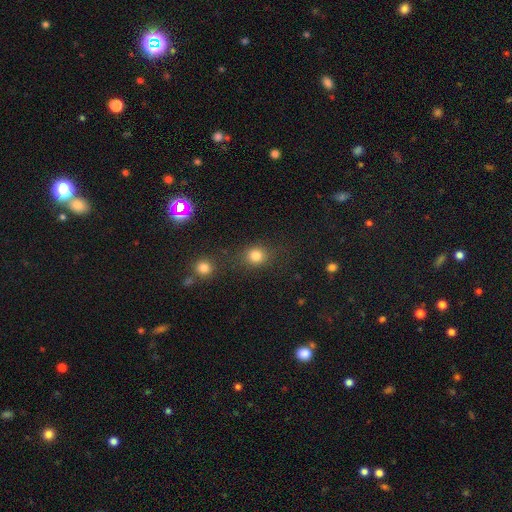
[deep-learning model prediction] Smooth or featured? smooth (82%)
How rounded? round (79%)
Merging? none (75%)